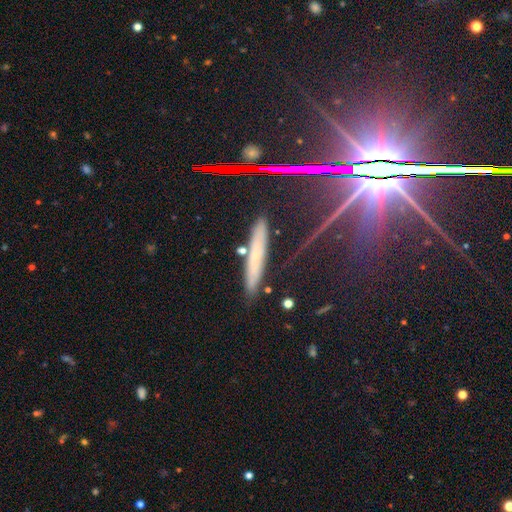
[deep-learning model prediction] smooth 51%, featured or disk 33%, star or artifact 17%. Down the decision tree: how rounded — cigar-shaped (94%); merging — none (83%).